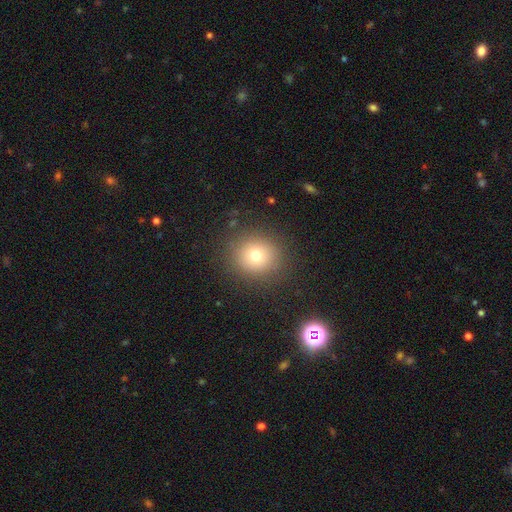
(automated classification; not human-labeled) This appears to be a smooth galaxy with no disk features (74%) that is round (88%). Merging: none (88%).